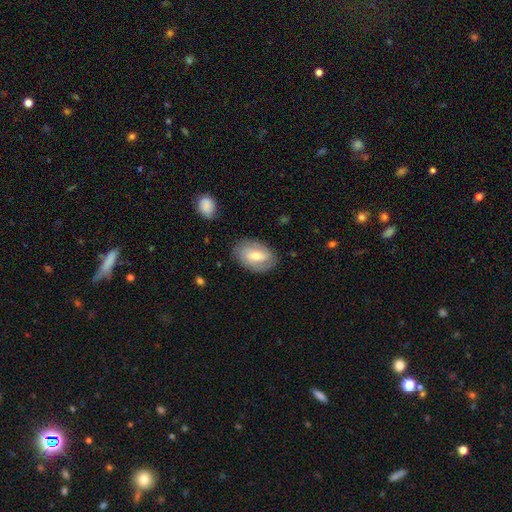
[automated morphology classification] Smooth or featured? featured or disk (49%)
Merging? none (81%)